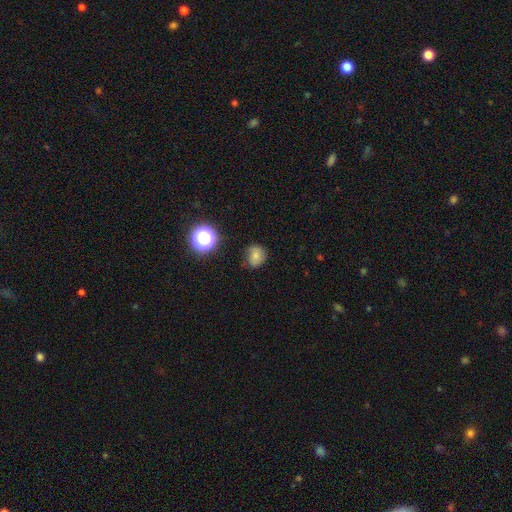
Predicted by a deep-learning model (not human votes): This is likely a smooth galaxy (71%). How rounded: likely round (68%). Merging: likely none (65%).